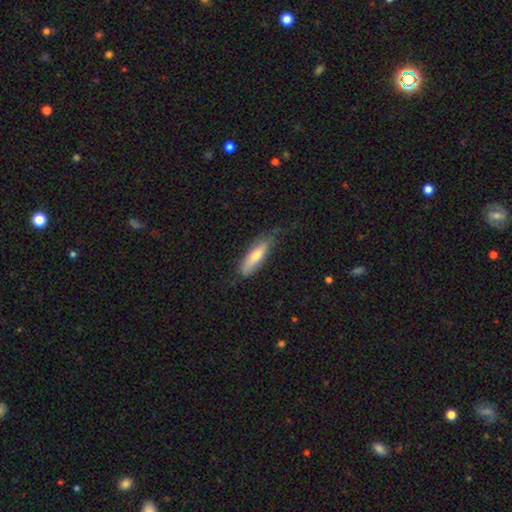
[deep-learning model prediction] smooth-or-featured: smooth: 64% | featured or disk: 30% | star or artifact: 6%
  how-rounded: cigar-shaped: 66% | in between: 33% | round: 2%
  merging: none: 65% | minor disturbance: 27% | major disturbance: 7% | merger: 2%